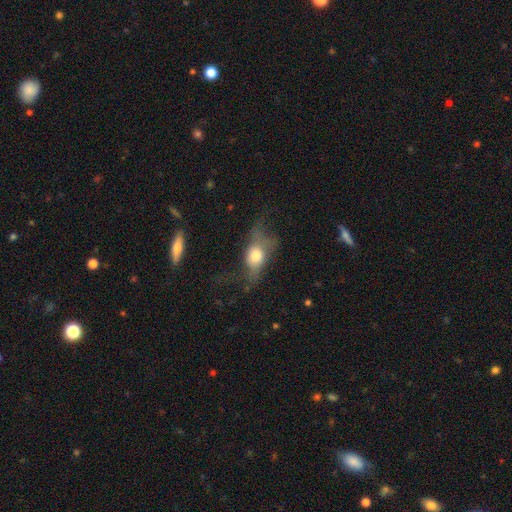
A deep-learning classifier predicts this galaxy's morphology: This appears to be a smooth galaxy with no disk features (52%) that is in between round and cigar-shaped (61%). Merging: major disturbance (48%).